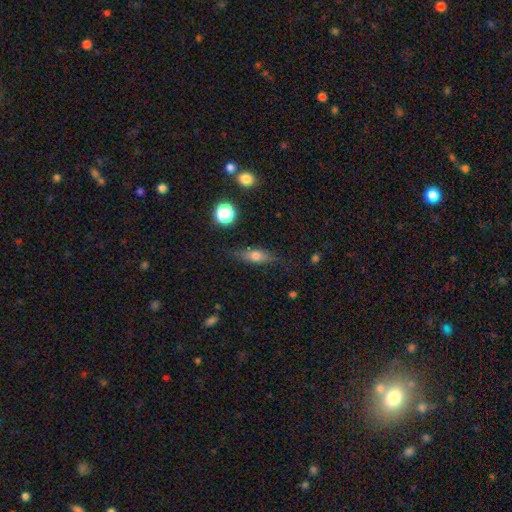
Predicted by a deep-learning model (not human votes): Morphology: type=smooth (57%); roundness=in between (53%); merging=none (77%).